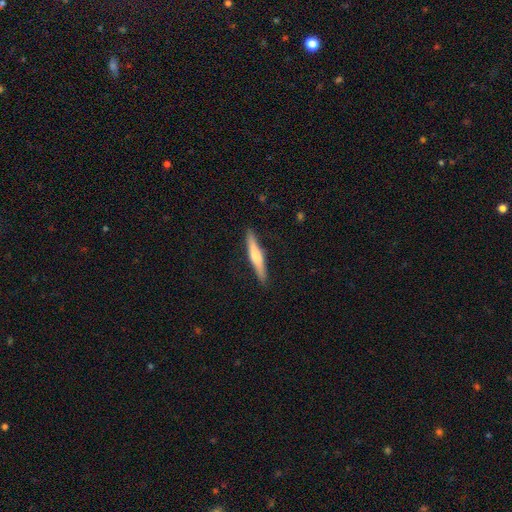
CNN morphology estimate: Smooth or featured?
  - smooth: 49% *
  - featured or disk: 45%
  - star or artifact: 6%
Merging?
  - none: 89% *
  - minor disturbance: 8%
  - major disturbance: 2%
  - merger: 1%